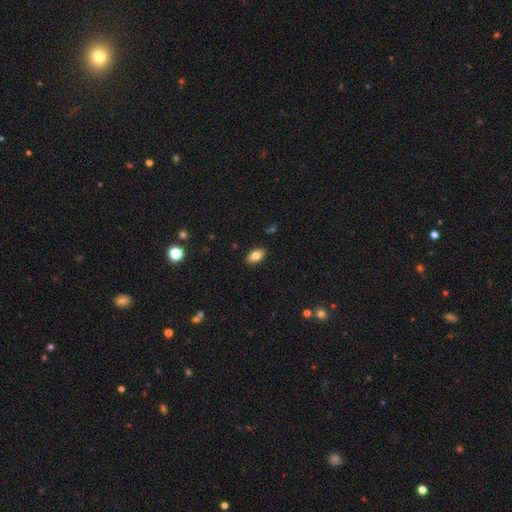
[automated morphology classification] This appears to be a smooth galaxy with no disk features (81%) that is in between round and cigar-shaped (92%). Merging: none (88%).